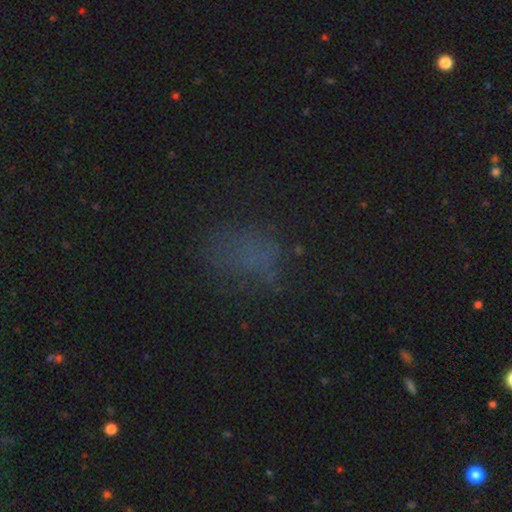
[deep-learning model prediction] smooth-or-featured: smooth: 52% | star or artifact: 32% | featured or disk: 15%
  how-rounded: in between: 62% | round: 35% | cigar-shaped: 3%
  merging: none: 62% | minor disturbance: 19% | major disturbance: 16% | merger: 3%